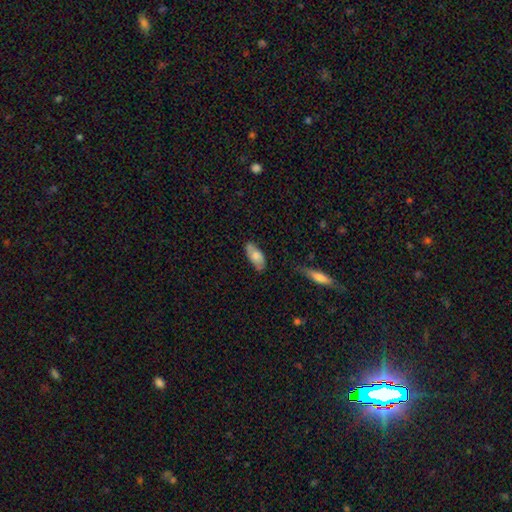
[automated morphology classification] This appears to be a smooth galaxy with no disk features (68%) that is in between round and cigar-shaped (85%). Merging: none (73%).